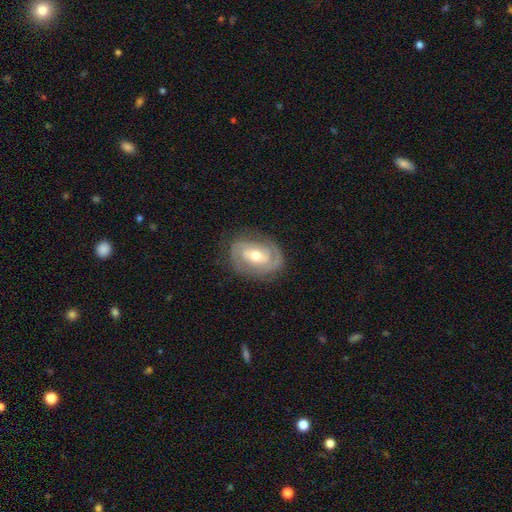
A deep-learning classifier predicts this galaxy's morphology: This appears to be a featured or disk galaxy (85%) with a weak bar (41%), 2 (76%) tight (61%) spiral arms (93%) and a moderate central bulge (67%). Merging: none (81%).